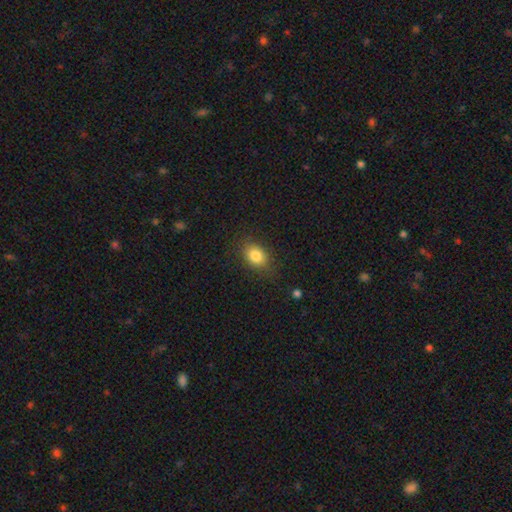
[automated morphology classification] Smooth or featured? Predicted: smooth (p=0.84). How rounded? Predicted: in between (p=0.72). Merging? Predicted: none (p=0.83).